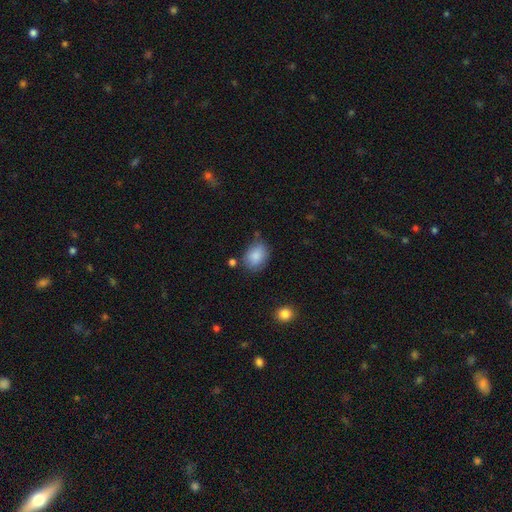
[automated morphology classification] smooth-or-featured: smooth: 86% | star or artifact: 7% | featured or disk: 6%
  how-rounded: in between: 69% | round: 30% | cigar-shaped: 1%
  merging: none: 70% | minor disturbance: 20% | major disturbance: 5% | merger: 5%